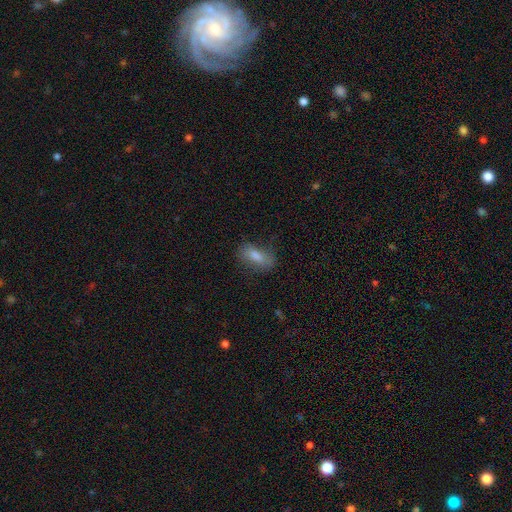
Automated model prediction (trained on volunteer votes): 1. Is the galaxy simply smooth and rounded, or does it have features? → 70% smooth, 20% featured or disk, 10% star or artifact.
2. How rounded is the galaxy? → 76% in between, 18% cigar-shaped, 6% round.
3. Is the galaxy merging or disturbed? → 70% none, 21% minor disturbance, 7% major disturbance, 2% merger.